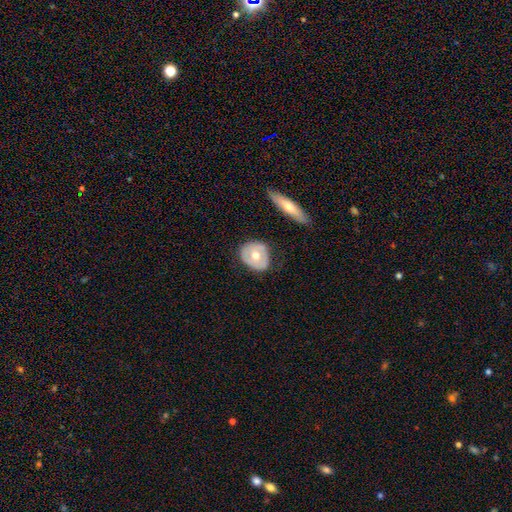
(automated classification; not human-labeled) Overall: featured or disk (48%; smooth 47%). Merging: none (78%).